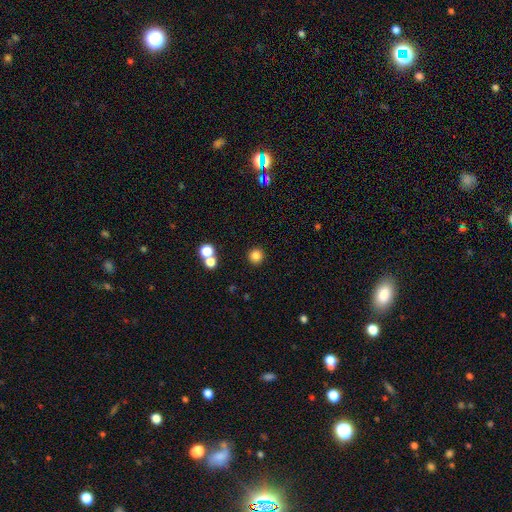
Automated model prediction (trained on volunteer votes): smooth_or_featured: smooth (p=0.82) [alt: star or artifact p=0.13]
how_rounded: round (p=0.95) [alt: in between p=0.04]
merging: none (p=0.88) [alt: minor disturbance p=0.05]